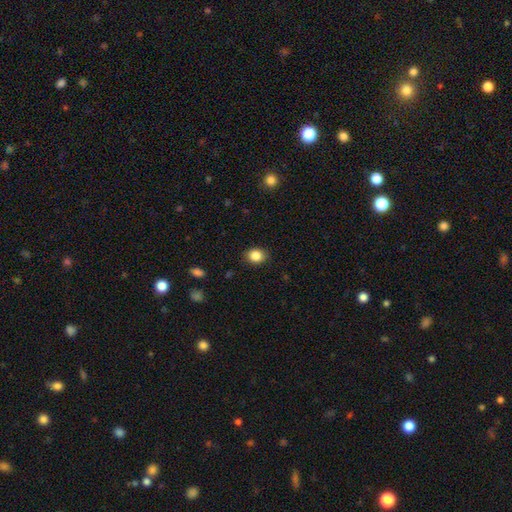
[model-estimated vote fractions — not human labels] Smooth or featured? Predicted: smooth (p=0.85). How rounded? Predicted: round (p=0.53). Merging? Predicted: none (p=0.87).